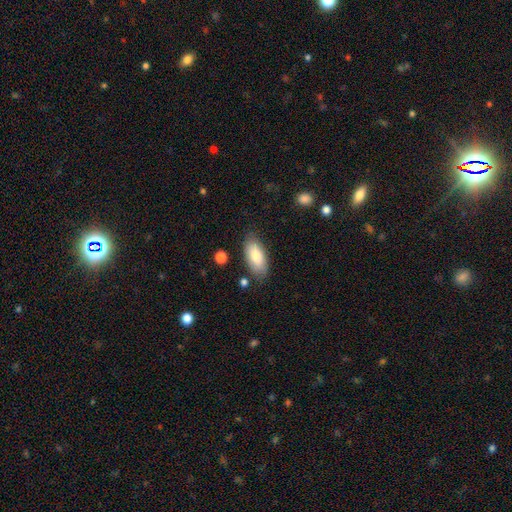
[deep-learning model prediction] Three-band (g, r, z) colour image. It shows a smooth galaxy with no disk features (81%) that is in between round and cigar-shaped (89%). Merging: none (79%).